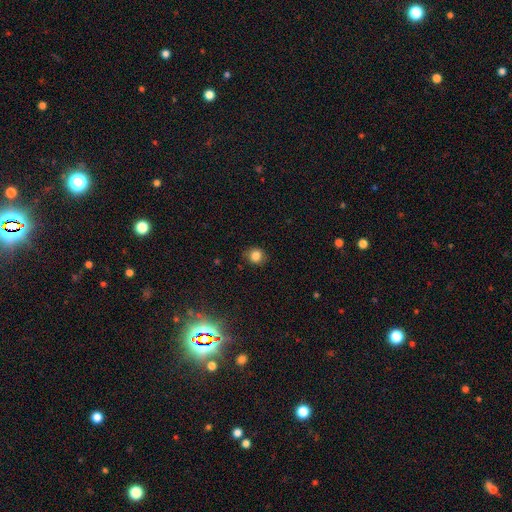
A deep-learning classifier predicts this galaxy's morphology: smooth 81%, star or artifact 12%, featured or disk 7%. Down the decision tree: how rounded — round (75%); merging — none (81%).